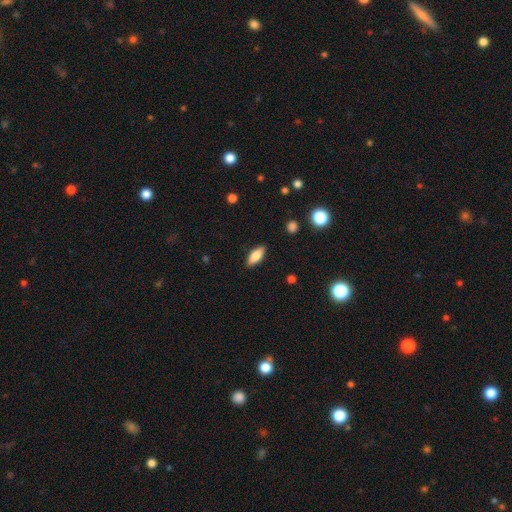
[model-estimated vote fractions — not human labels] Overall: smooth (76%). How rounded: in between (76%). Merging: none (88%).